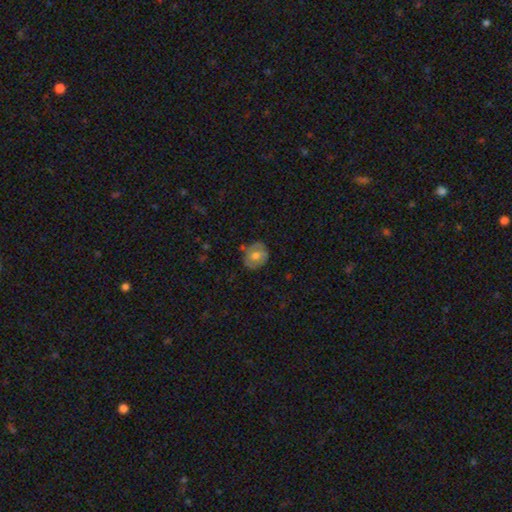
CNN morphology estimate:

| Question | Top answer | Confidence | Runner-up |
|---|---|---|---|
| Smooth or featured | smooth | 54% | featured or disk (39%) |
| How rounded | round | 69% | in between (30%) |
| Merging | none | 73% | minor disturbance (20%) |